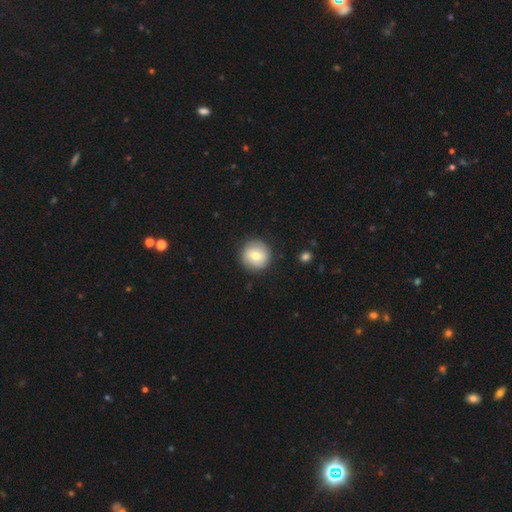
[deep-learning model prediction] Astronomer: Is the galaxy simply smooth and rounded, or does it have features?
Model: smooth — 74%.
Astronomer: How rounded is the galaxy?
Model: round — 94%.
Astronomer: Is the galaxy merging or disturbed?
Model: none — 89%.